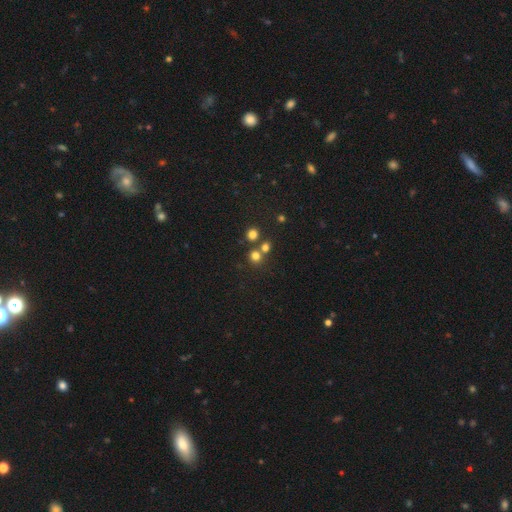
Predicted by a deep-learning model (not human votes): smooth_or_featured: smooth (p=0.73) [alt: star or artifact p=0.20]
how_rounded: round (p=0.88) [alt: in between p=0.11]
merging: none (p=0.63) [alt: merger p=0.27]